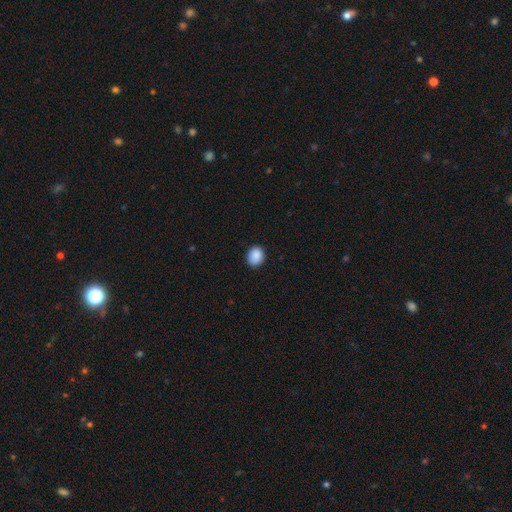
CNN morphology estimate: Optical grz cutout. It shows a smooth galaxy with no disk features (89%) that is round (56%). Merging: none (86%).